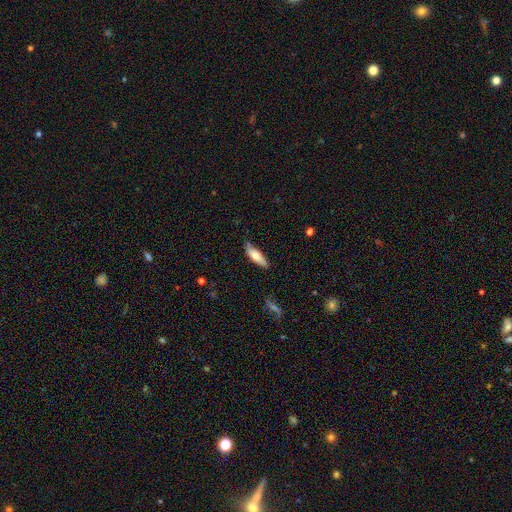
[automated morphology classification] This appears to be a smooth galaxy with no disk features (71%) that is in between round and cigar-shaped (50%). Merging: none (71%).